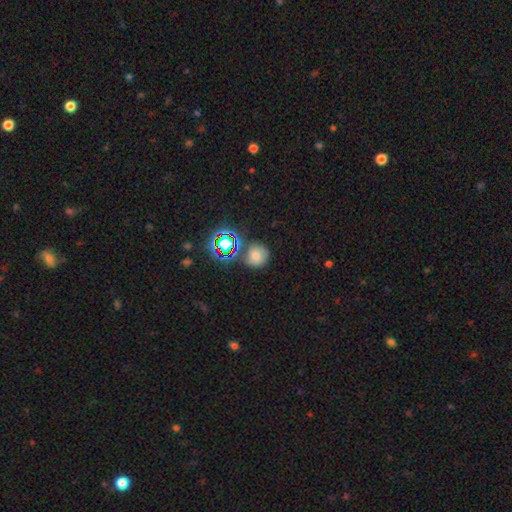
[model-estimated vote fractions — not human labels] Smooth or featured?
  - smooth: 63% *
  - star or artifact: 24%
  - featured or disk: 14%
How rounded?
  - round: 87% *
  - in between: 12%
  - cigar-shaped: 1%
Merging?
  - none: 64% *
  - minor disturbance: 16%
  - merger: 14%
  - major disturbance: 6%